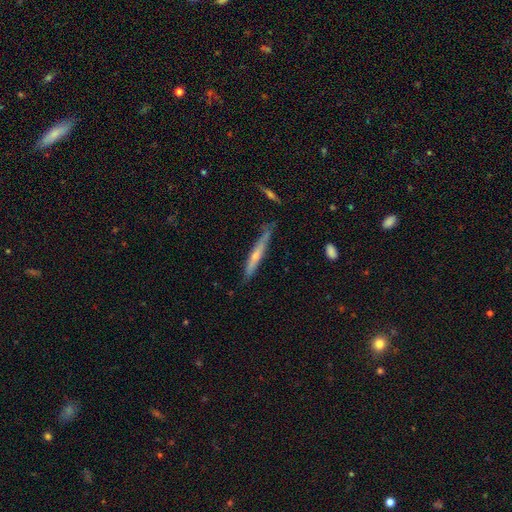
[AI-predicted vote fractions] A featured or disk galaxy (57%) viewed edge-on (94%) with a rounded central bulge (64%). Merging: none (77%).